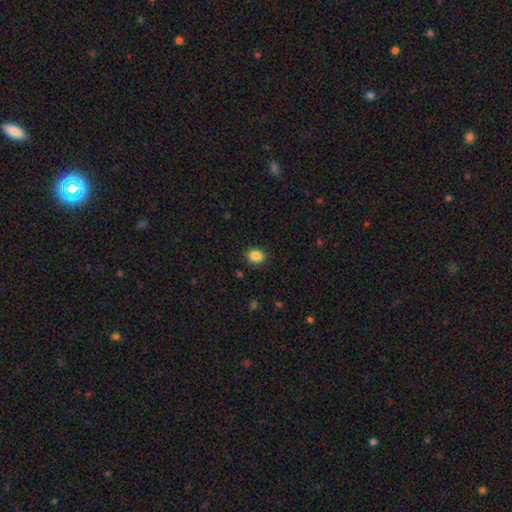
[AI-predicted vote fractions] Overall: smooth (87%). How rounded: round (54%; in between 45%). Merging: none (88%).